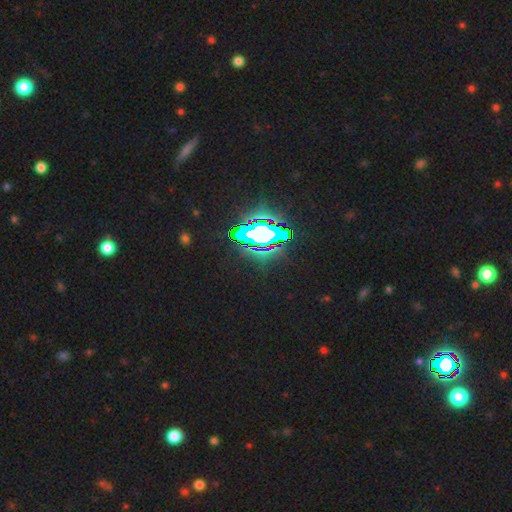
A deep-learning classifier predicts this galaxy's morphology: This is clearly a star or artifact rather than a galaxy (81%).